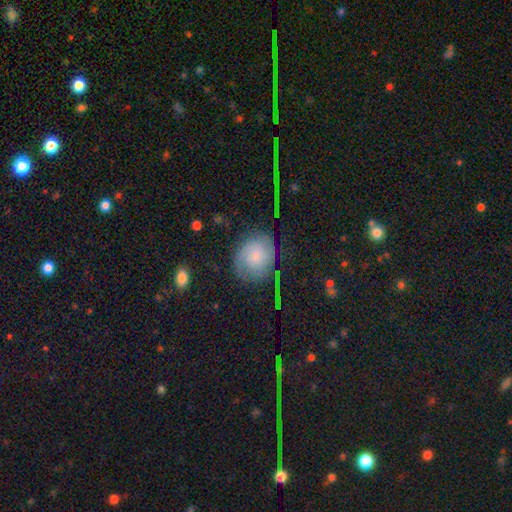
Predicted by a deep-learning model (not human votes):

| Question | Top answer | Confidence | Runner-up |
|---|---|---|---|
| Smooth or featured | featured or disk | 45% | smooth (44%) |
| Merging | none | 61% | minor disturbance (22%) |